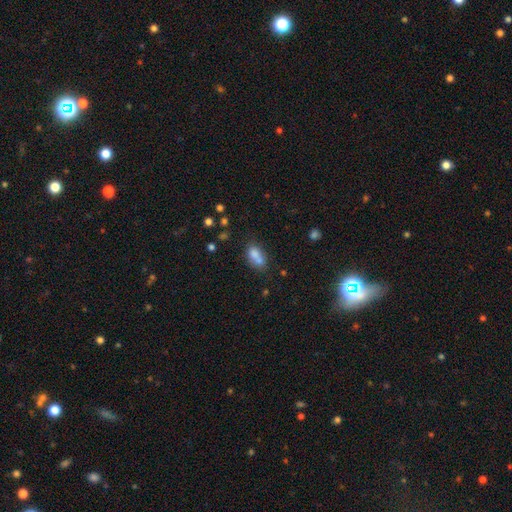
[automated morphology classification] Smooth or featured: smooth — 73% (featured or disk — 16%)
How rounded: in between — 70% (round — 27%)
Merging: merger — 53% (none — 31%)